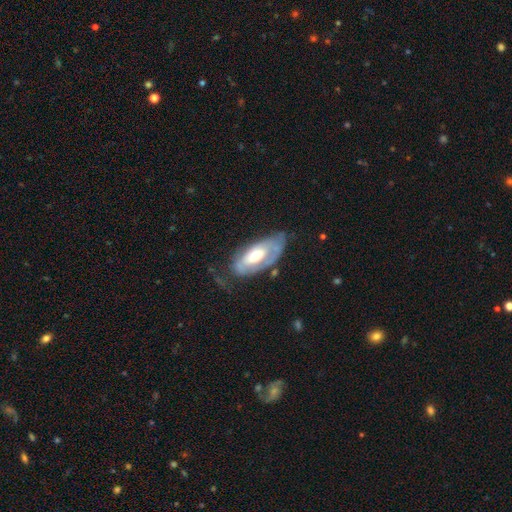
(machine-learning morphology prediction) A featured or disk galaxy (59%) with no bar (64%), spiral arms (51%) and a moderate central bulge (62%). Merging: none (47%).